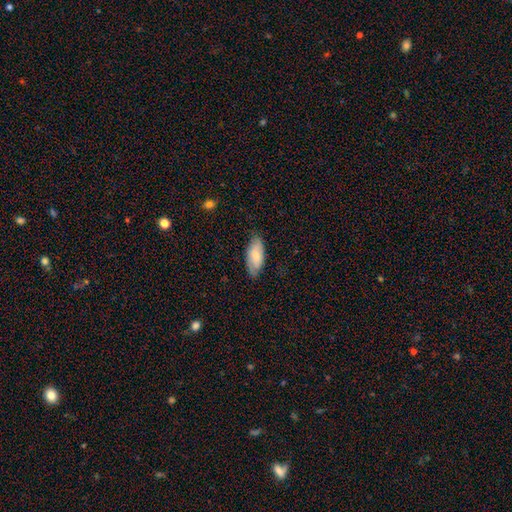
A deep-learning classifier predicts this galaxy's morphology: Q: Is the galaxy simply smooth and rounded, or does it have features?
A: smooth — 69%.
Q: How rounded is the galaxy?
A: in between — 89%.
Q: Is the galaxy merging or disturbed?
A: none — 76%.